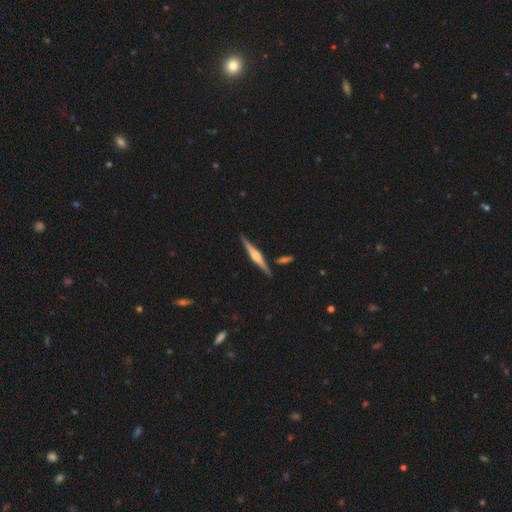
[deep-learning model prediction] featured or disk 79%, smooth 16%, star or artifact 5%. Down the decision tree: edge-on disk — yes (98%); edge-on bulge — rounded (83%); merging — none (88%).